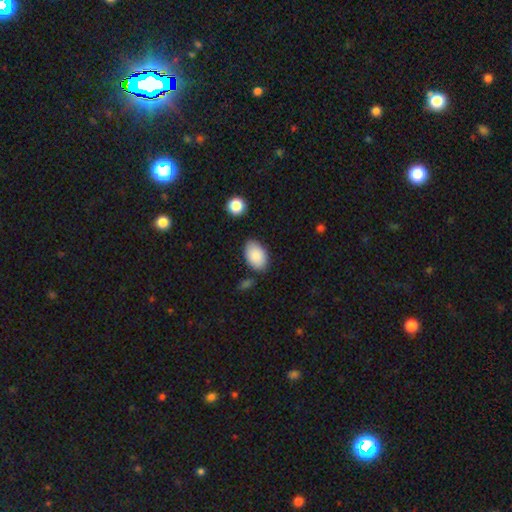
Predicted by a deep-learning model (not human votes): This is clearly a smooth galaxy (89%). How rounded: clearly in between (92%). Merging: likely none (78%).